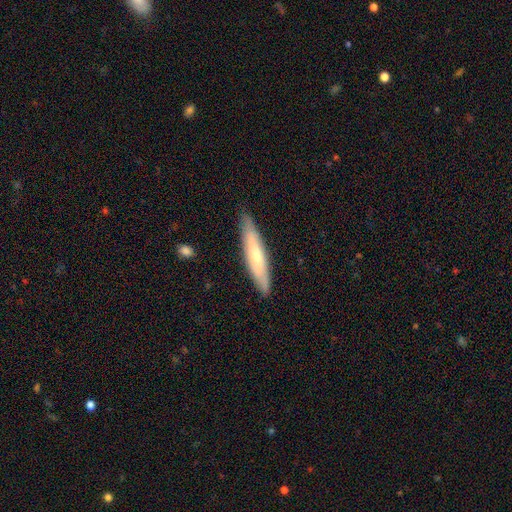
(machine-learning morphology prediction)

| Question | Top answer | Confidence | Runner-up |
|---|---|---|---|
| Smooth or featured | smooth | 58% | featured or disk (37%) |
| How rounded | cigar-shaped | 87% | in between (12%) |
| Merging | none | 85% | minor disturbance (12%) |